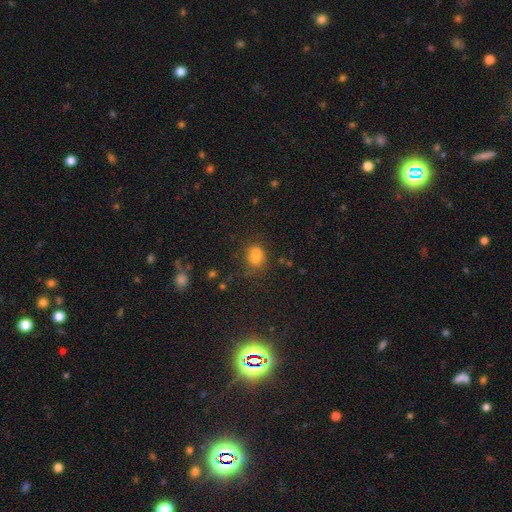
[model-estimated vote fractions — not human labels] smooth_or_featured: smooth (p=0.66) [alt: star or artifact p=0.17]
how_rounded: round (p=0.67) [alt: in between p=0.32]
merging: merger (p=0.53) [alt: none p=0.31]